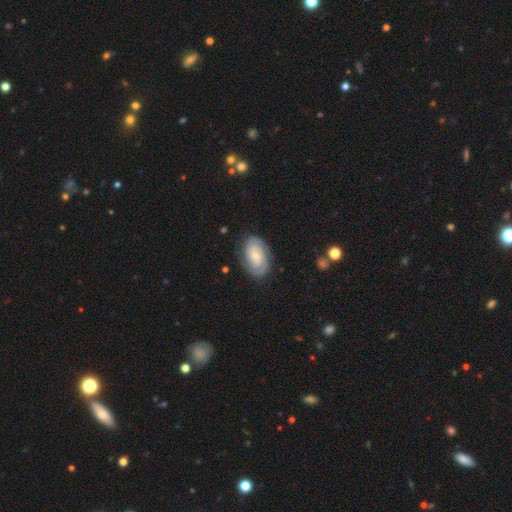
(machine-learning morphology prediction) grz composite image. It shows a featured or disk galaxy (63%) with no bar (60%), 2 (57%) tight (59%) spiral arms (90%) and a small central bulge (64%). Merging: none (80%).